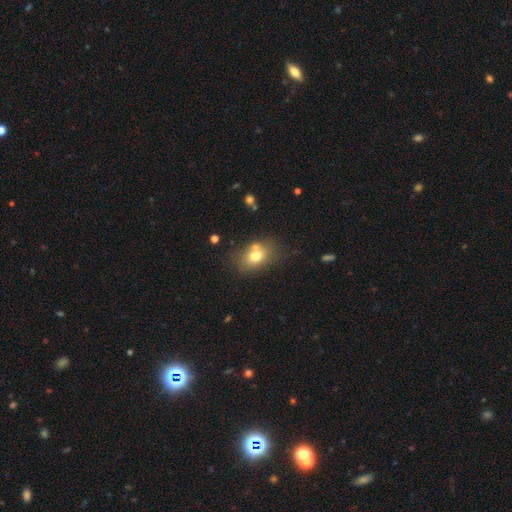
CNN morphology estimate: This appears to be a smooth galaxy with no disk features (73%) that is in between round and cigar-shaped (70%). Merging: none (62%).